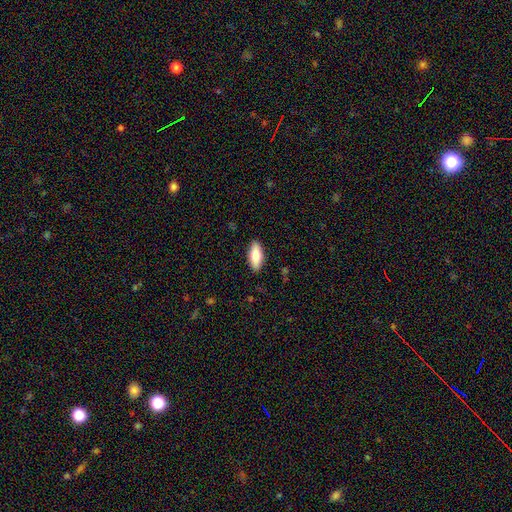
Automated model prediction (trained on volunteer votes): This appears to be a smooth galaxy with no disk features (75%) that is in between round and cigar-shaped (80%). Merging: none (89%).